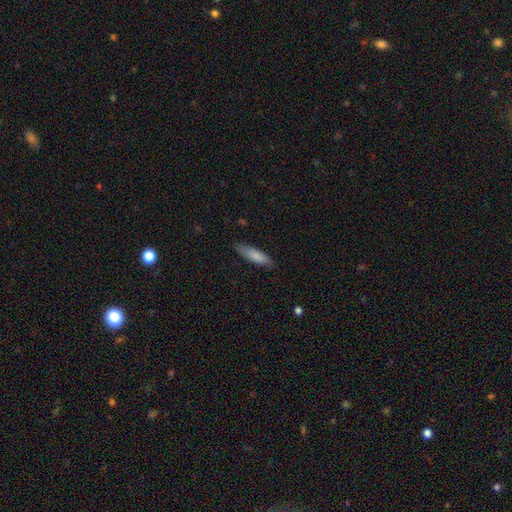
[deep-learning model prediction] This is clearly a smooth galaxy (81%). How rounded: likely cigar-shaped (62%). Merging: clearly none (81%).